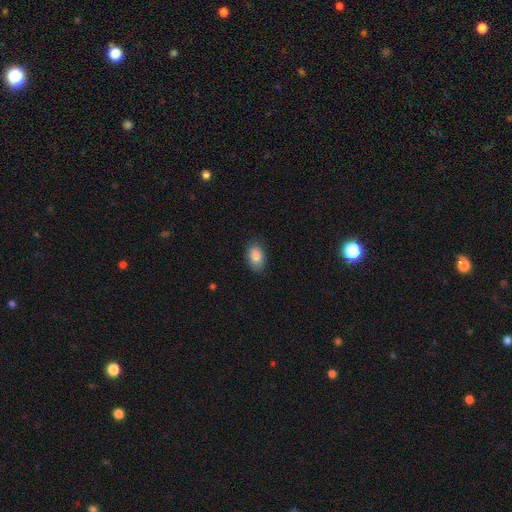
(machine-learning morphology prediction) Smooth or featured?
  - smooth: 88% *
  - star or artifact: 7%
  - featured or disk: 5%
How rounded?
  - in between: 90% *
  - round: 9%
  - cigar-shaped: 1%
Merging?
  - none: 82% *
  - minor disturbance: 14%
  - major disturbance: 3%
  - merger: 1%